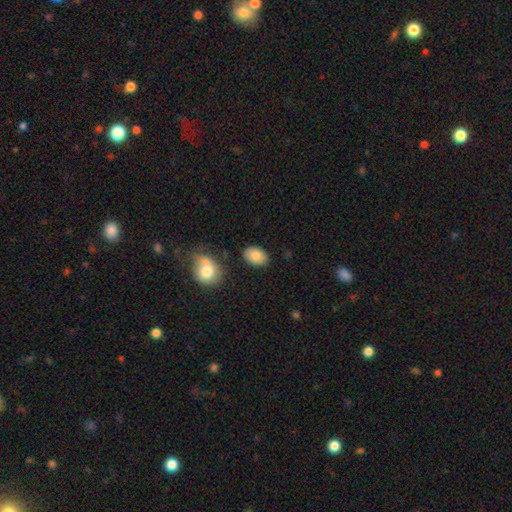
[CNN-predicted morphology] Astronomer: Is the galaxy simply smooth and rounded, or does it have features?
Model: smooth — 84%.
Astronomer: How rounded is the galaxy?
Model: in between — 80%.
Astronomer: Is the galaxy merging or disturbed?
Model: none — 82%.